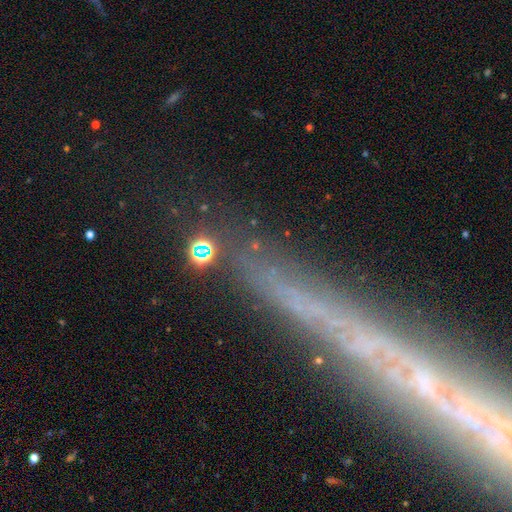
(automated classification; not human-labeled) Smooth or featured? Predicted: featured or disk (p=0.49). Merging? Predicted: none (p=0.75).